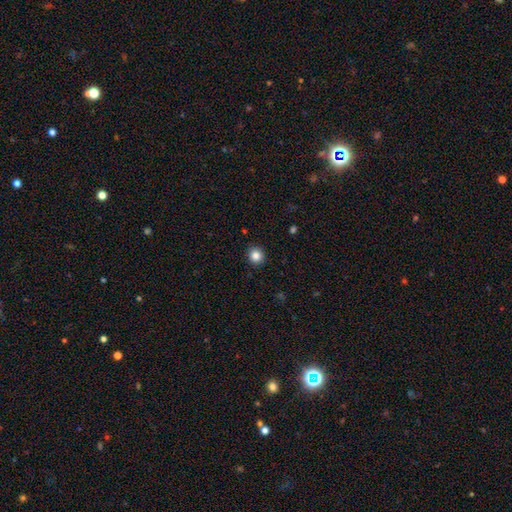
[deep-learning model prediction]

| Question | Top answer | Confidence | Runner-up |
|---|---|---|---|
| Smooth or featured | smooth | 85% | star or artifact (11%) |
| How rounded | round | 89% | in between (10%) |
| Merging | none | 92% | minor disturbance (6%) |